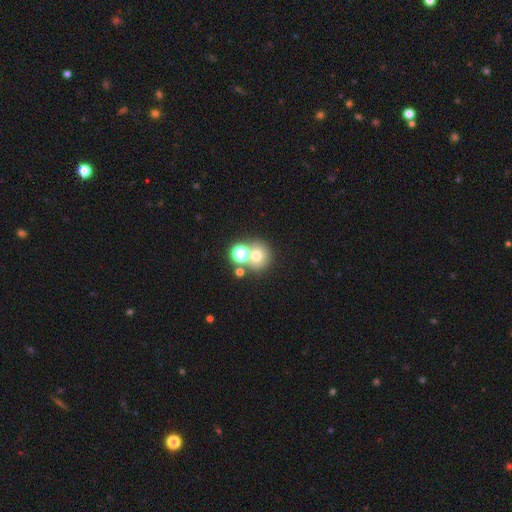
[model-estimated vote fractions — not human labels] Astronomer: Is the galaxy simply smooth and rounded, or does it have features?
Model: smooth — 67%.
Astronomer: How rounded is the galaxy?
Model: round — 85%.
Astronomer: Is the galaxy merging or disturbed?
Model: none — 53% (runner-up: merger, 35%).